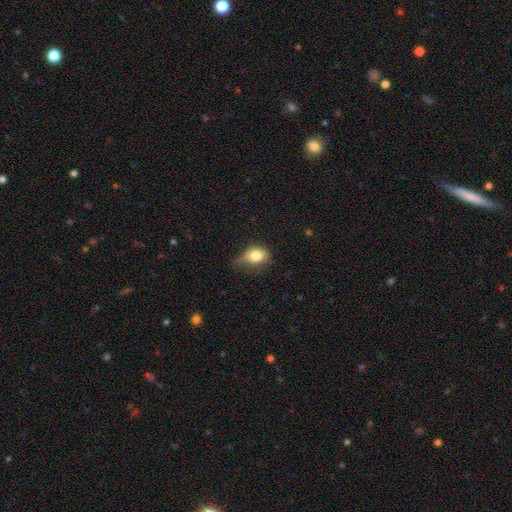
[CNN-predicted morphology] type=smooth (78%); roundness=in between (56%); merging=minor disturbance (43%).